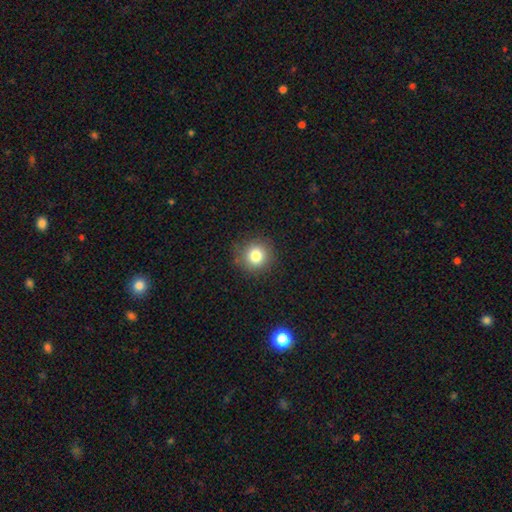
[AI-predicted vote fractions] Q: Smooth or featured?
A: smooth (80%); runner-up: star or artifact (12%)
Q: How rounded?
A: round (92%); runner-up: in between (7%)
Q: Merging?
A: none (86%); runner-up: minor disturbance (10%)